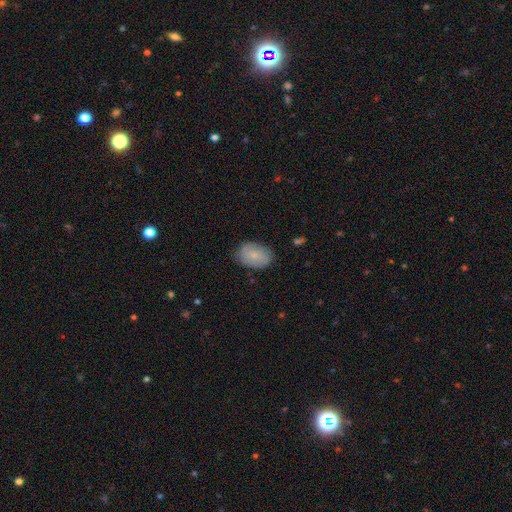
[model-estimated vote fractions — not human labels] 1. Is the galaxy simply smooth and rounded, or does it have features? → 78% smooth, 16% featured or disk, 6% star or artifact.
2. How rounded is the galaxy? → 80% in between, 18% round, 1% cigar-shaped.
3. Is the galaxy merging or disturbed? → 80% none, 16% minor disturbance, 3% major disturbance, 1% merger.